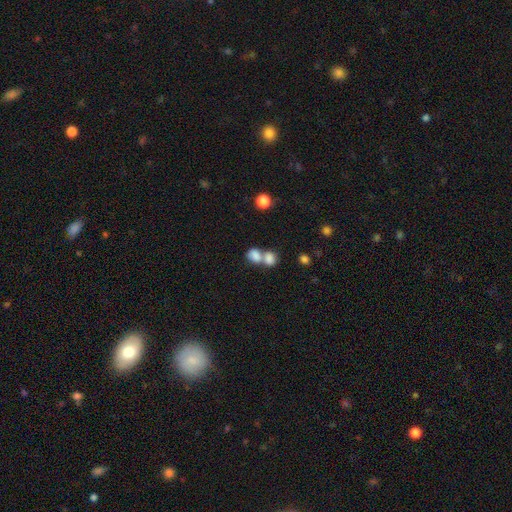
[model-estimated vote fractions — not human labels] Smooth or featured? Predicted: smooth (p=0.79). How rounded? Predicted: in between (p=0.64). Merging? Predicted: merger (p=0.69).